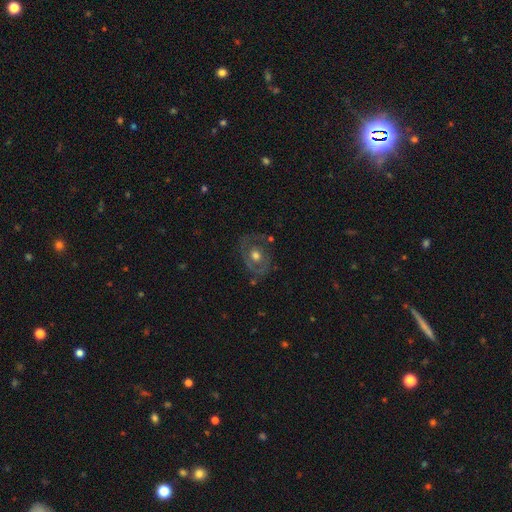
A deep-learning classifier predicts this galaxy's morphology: The model was most divided on "smooth or featured": featured or disk: 58%, smooth: 35%, star or artifact: 7%. More confident: edge-on disk — no (95%); bar — no (84%); spiral arms — no (69%); bulge size — moderate (68%); merging — none (67%).